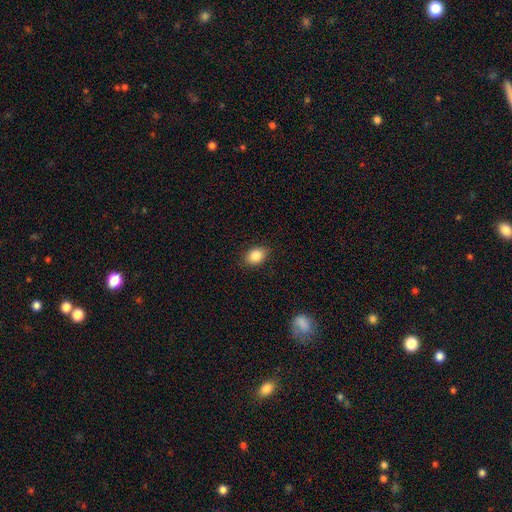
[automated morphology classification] Overall: smooth (85%). How rounded: in between (74%). Merging: none (86%).